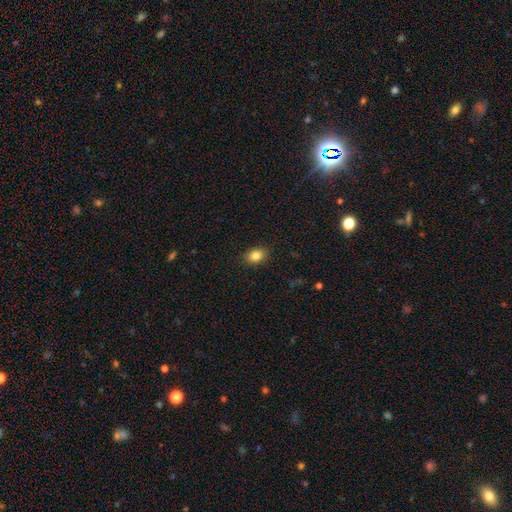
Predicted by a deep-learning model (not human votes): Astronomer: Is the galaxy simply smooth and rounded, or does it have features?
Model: smooth — 84%.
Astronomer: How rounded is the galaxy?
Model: in between — 69%.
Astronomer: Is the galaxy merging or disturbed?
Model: none — 88%.